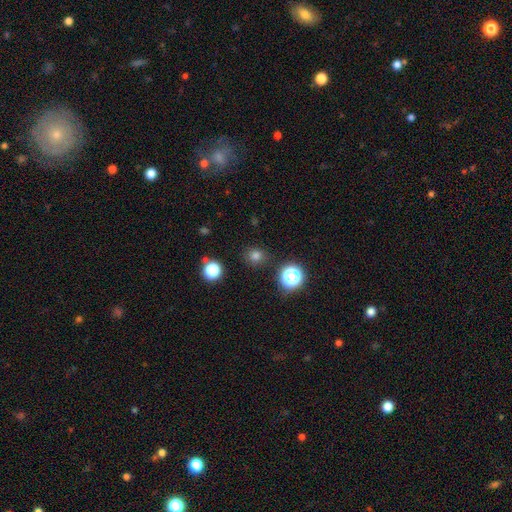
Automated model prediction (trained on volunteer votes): smooth_or_featured: smooth (p=0.76) [alt: star or artifact p=0.20]
how_rounded: round (p=0.85) [alt: in between p=0.14]
merging: none (p=0.87) [alt: minor disturbance p=0.08]